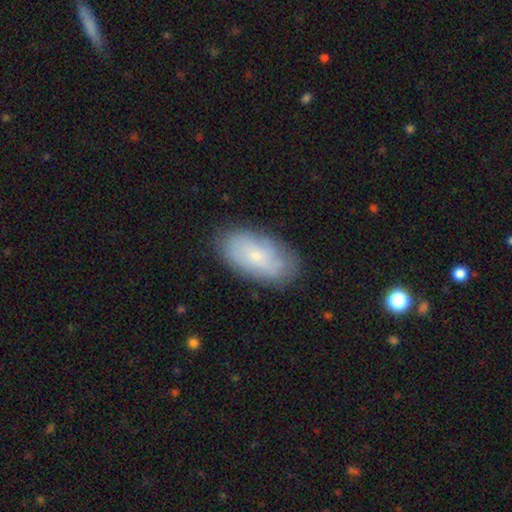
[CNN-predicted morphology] Smooth or featured?
  - smooth: 62% *
  - featured or disk: 30%
  - star or artifact: 7%
How rounded?
  - in between: 93% *
  - round: 4%
  - cigar-shaped: 3%
Merging?
  - none: 79% *
  - minor disturbance: 16%
  - major disturbance: 4%
  - merger: 1%